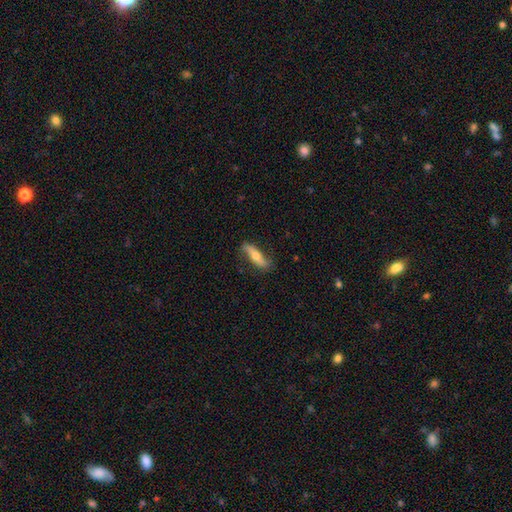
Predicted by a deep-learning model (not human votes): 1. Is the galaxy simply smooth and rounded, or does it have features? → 48% smooth, 47% featured or disk, 6% star or artifact.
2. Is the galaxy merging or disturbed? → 78% none, 17% minor disturbance, 4% major disturbance, 1% merger.